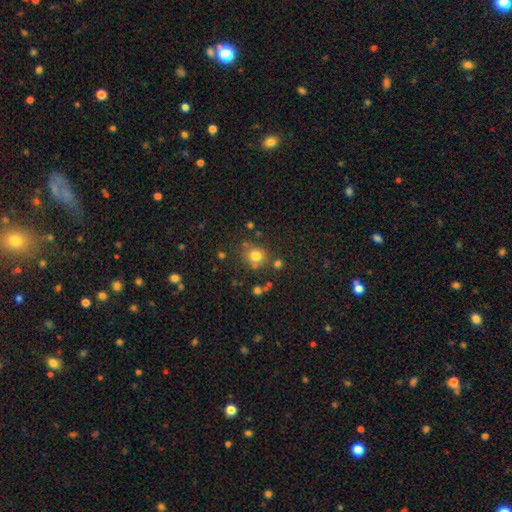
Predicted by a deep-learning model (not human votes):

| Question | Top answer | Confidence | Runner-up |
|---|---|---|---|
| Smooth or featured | smooth | 76% | star or artifact (15%) |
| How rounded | round | 83% | in between (16%) |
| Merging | none | 73% | minor disturbance (12%) |